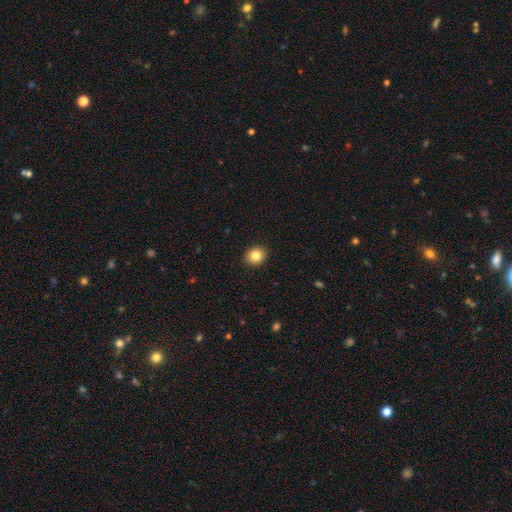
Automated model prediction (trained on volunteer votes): smooth_or_featured: smooth (p=0.84) [alt: star or artifact p=0.10]
how_rounded: round (p=0.74) [alt: in between p=0.25]
merging: none (p=0.92) [alt: minor disturbance p=0.05]